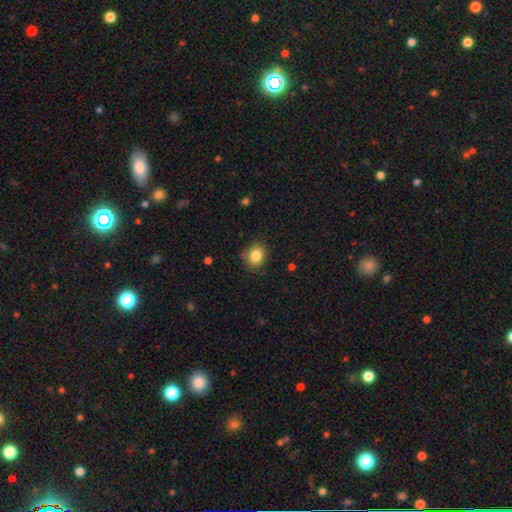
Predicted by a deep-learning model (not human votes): This appears to be a smooth galaxy with no disk features (84%) that is round (63%). Merging: none (81%).